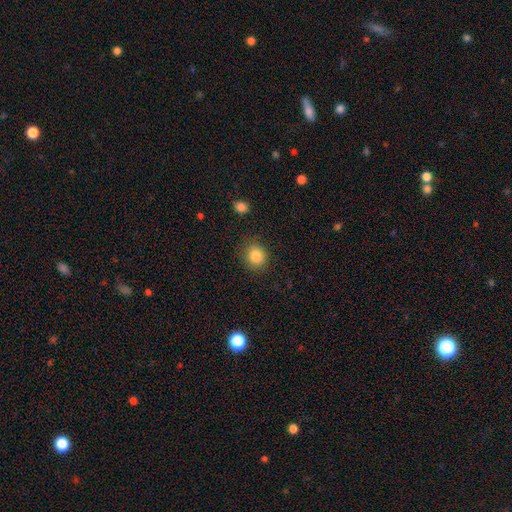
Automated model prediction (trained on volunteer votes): This appears to be a smooth galaxy with no disk features (86%) that is round (72%). Merging: none (84%).